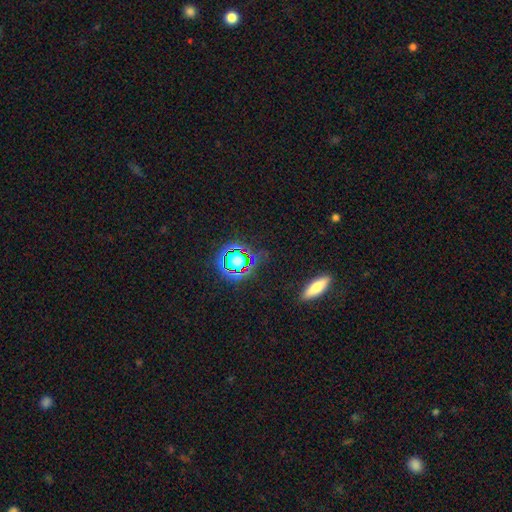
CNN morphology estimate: Overall: star or artifact (52%; smooth 33%).